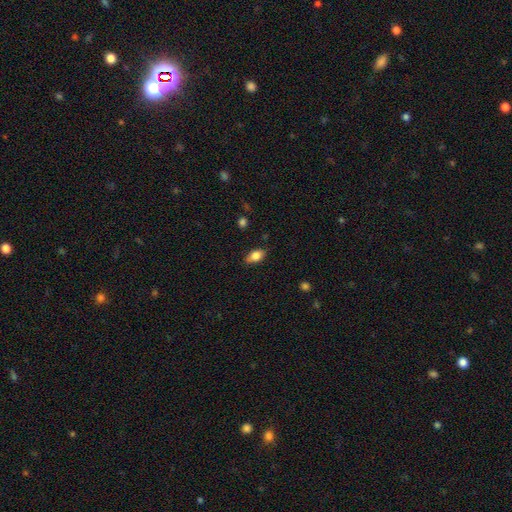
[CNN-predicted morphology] Q: Smooth or featured?
A: smooth (81%); runner-up: featured or disk (11%)
Q: How rounded?
A: in between (88%); runner-up: round (8%)
Q: Merging?
A: none (81%); runner-up: minor disturbance (15%)